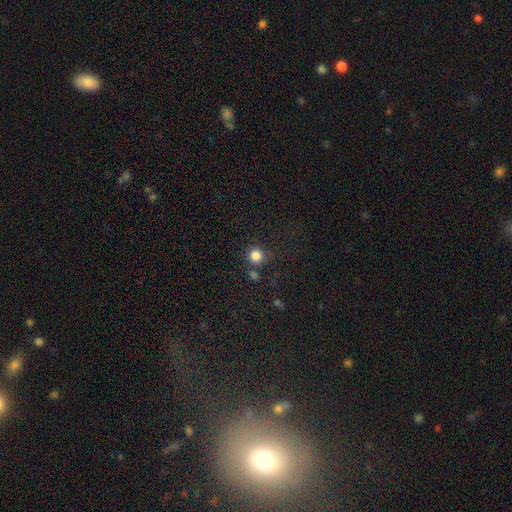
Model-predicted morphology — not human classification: Overall: smooth (84%). How rounded: round (94%). Merging: none (80%).